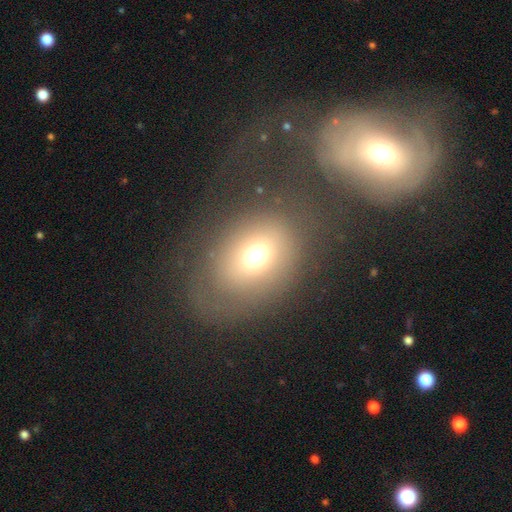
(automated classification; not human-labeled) Q: Smooth or featured?
A: smooth (66%); runner-up: star or artifact (19%)
Q: How rounded?
A: round (52%); runner-up: in between (47%)
Q: Merging?
A: none (68%); runner-up: major disturbance (16%)